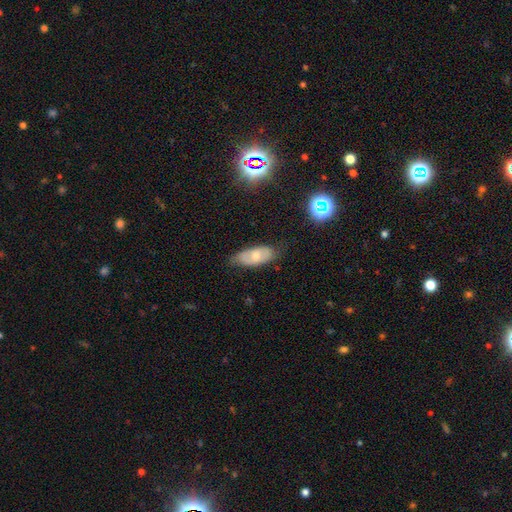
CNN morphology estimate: smooth 58%, featured or disk 34%, star or artifact 8%. Down the decision tree: how rounded — in between (87%); merging — none (70%).